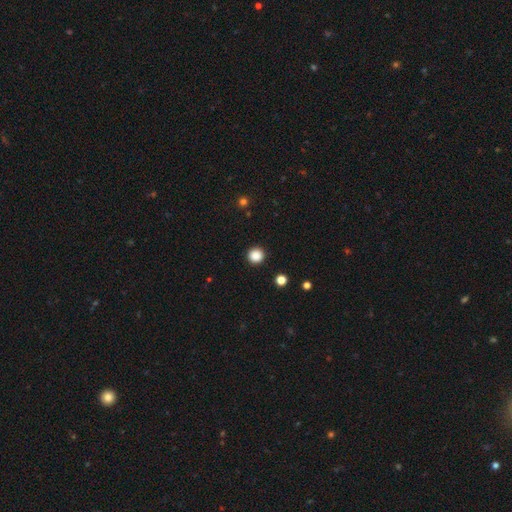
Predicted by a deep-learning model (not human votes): smooth-or-featured: smooth: 87% | star or artifact: 11% | featured or disk: 3%
  how-rounded: round: 95% | in between: 4% | cigar-shaped: 1%
  merging: none: 93% | minor disturbance: 4% | major disturbance: 2% | merger: 1%